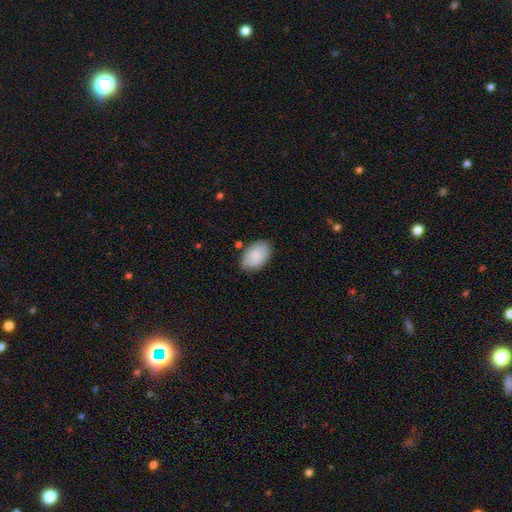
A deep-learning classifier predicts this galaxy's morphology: The model was most divided on "merging": none: 77%, minor disturbance: 17%, major disturbance: 3%, merger: 2%. More confident: how rounded — in between (91%); smooth or featured — smooth (85%).